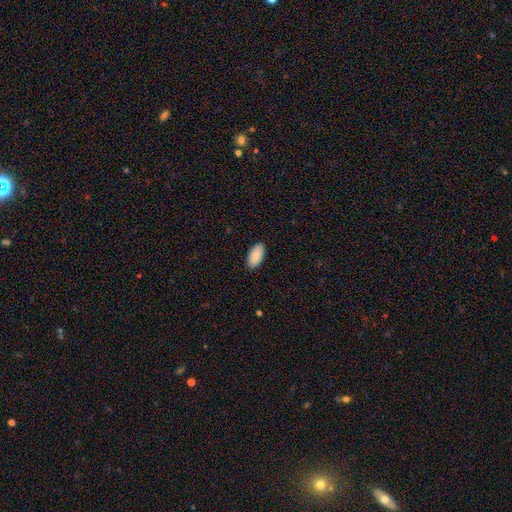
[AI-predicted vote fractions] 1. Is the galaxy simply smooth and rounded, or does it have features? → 89% smooth, 6% star or artifact, 5% featured or disk.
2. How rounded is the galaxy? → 95% in between, 3% cigar-shaped, 2% round.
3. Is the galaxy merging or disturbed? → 88% none, 9% minor disturbance, 2% major disturbance, 1% merger.